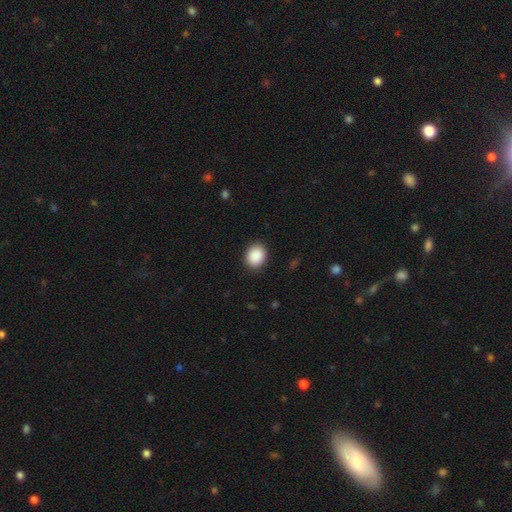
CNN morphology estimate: This is clearly a smooth galaxy (90%). How rounded: possibly round (59%). Merging: clearly none (90%).